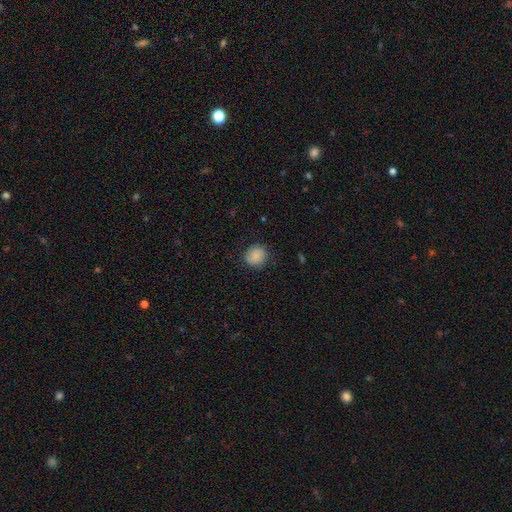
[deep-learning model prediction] This appears to be a smooth galaxy with no disk features (83%) that is round (88%). Merging: none (83%).